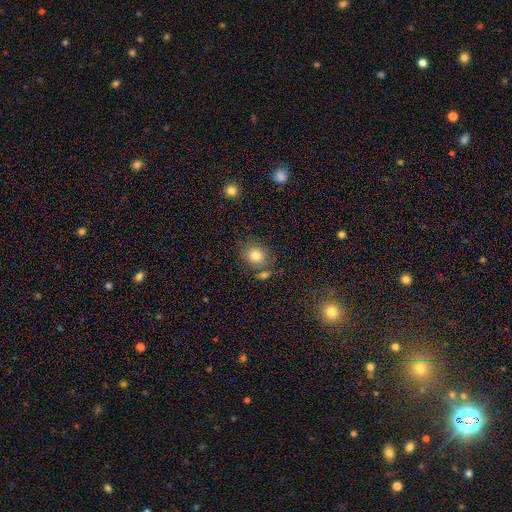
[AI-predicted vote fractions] Smooth or featured? smooth (80%)
How rounded? round (73%)
Merging? none (70%)